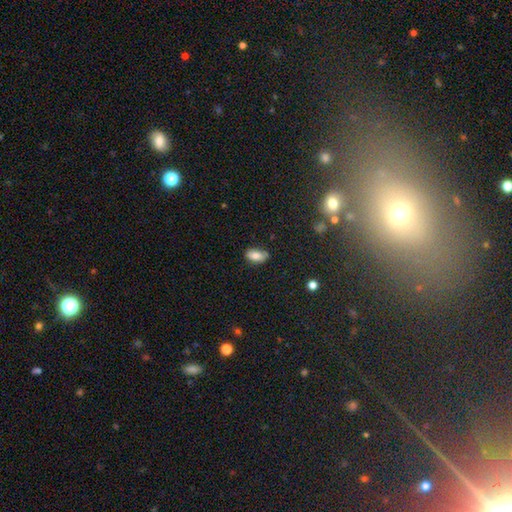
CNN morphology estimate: A smooth galaxy with no disk features (81%) that is in between round and cigar-shaped (90%). Merging: none (73%).